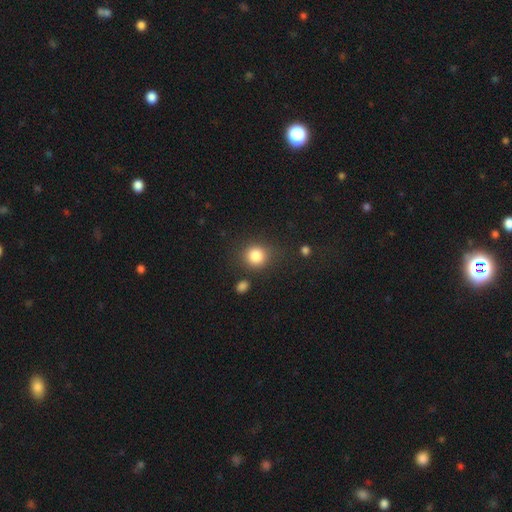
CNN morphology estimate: The model was most divided on "merging": none: 78%, minor disturbance: 12%, merger: 5%, major disturbance: 5%. More confident: how rounded — round (86%); smooth or featured — smooth (84%).